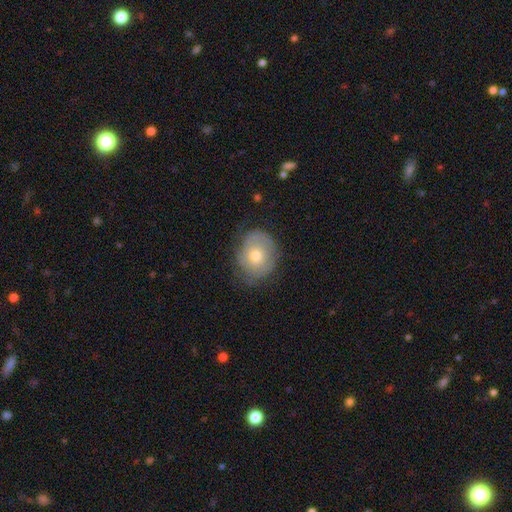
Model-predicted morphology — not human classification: Smooth or featured? smooth (52%)
How rounded? round (64%)
Merging? none (68%)